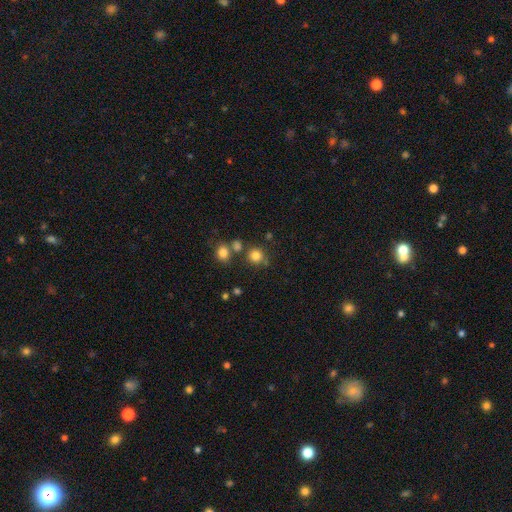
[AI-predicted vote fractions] Overall: smooth (80%). How rounded: round (89%). Merging: none (70%).